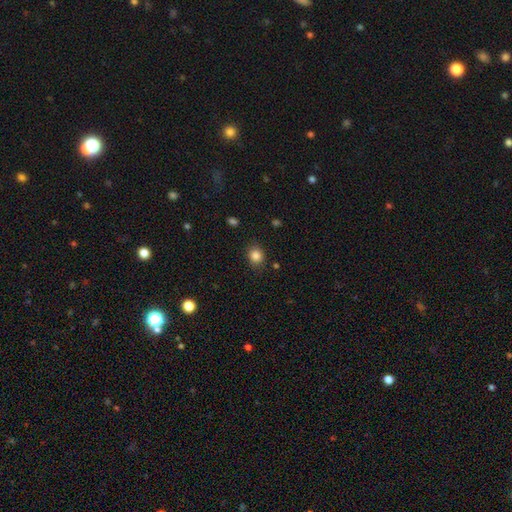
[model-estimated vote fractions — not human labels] Smooth or featured: smooth — 84% (star or artifact — 11%)
How rounded: round — 67% (in between — 32%)
Merging: none — 82% (minor disturbance — 13%)